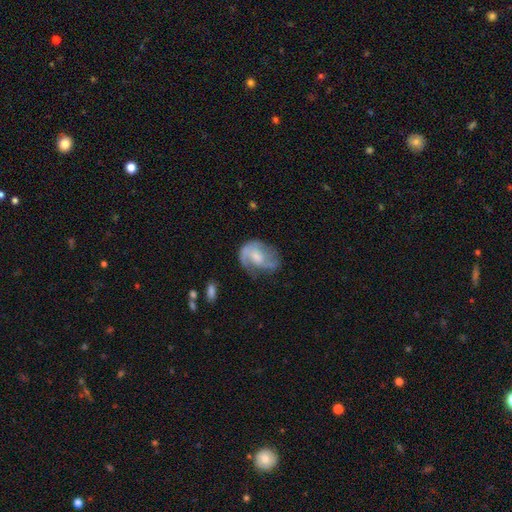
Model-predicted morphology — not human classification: A featured or disk galaxy (68%) with no bar (51%), 2 (57%) medium (43%) spiral arms (86%) and a moderate central bulge (43%). Merging: none (49%).